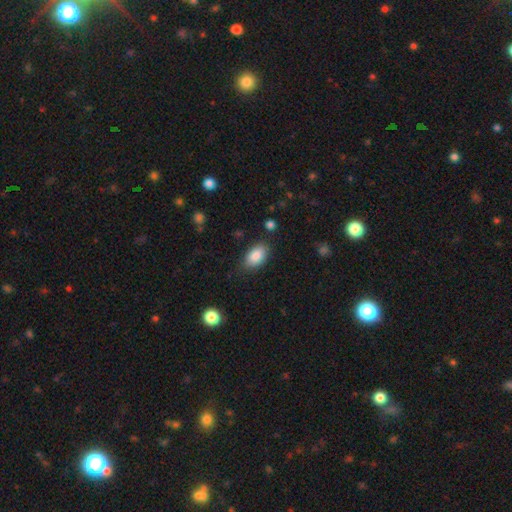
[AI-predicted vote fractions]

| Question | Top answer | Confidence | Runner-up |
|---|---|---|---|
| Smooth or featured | smooth | 86% | star or artifact (7%) |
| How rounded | in between | 92% | round (5%) |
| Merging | none | 79% | minor disturbance (16%) |